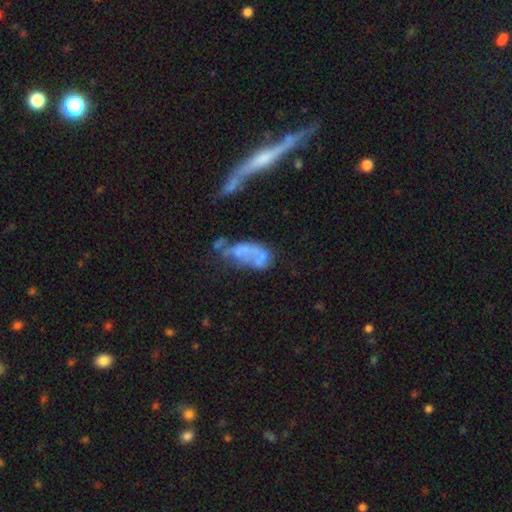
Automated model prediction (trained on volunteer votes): Smooth or featured? featured or disk (50%)
Edge-on disk? no (95%)
Merging? merger (38%)